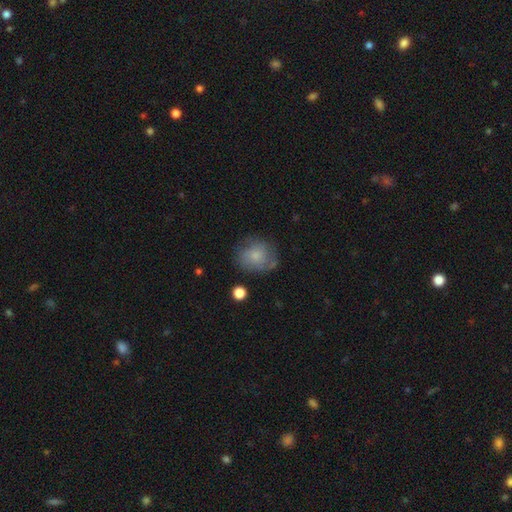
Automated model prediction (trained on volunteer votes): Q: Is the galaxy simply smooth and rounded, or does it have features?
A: smooth — 72%.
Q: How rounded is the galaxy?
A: round — 75%.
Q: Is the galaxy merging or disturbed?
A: none — 63%.